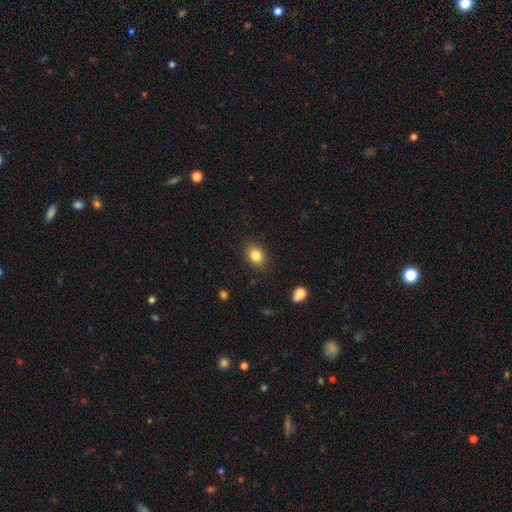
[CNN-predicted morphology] type=smooth (83%); roundness=in between (65%); merging=none (87%).